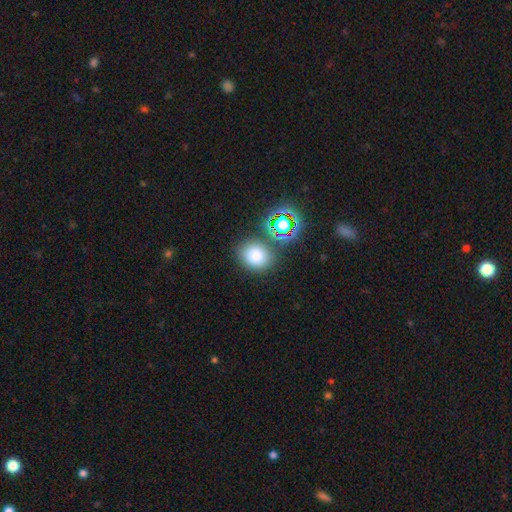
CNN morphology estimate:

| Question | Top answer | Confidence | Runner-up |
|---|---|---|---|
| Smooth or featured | smooth | 74% | star or artifact (18%) |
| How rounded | round | 69% | in between (30%) |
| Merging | none | 78% | minor disturbance (10%) |